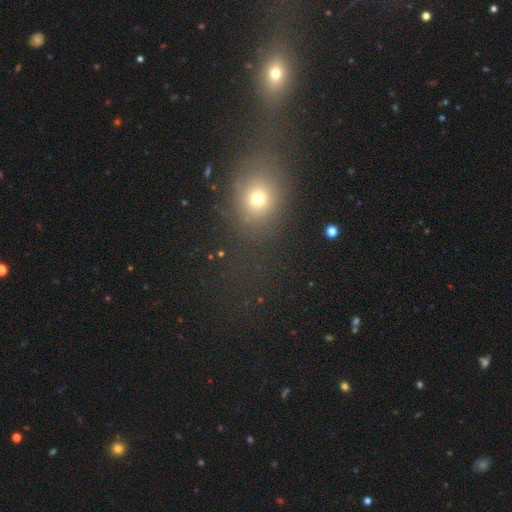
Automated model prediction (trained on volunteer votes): The model was most divided on "merging": none: 45%, merger: 40%, minor disturbance: 9%, major disturbance: 6%. Remaining: smooth or featured — smooth (48%).